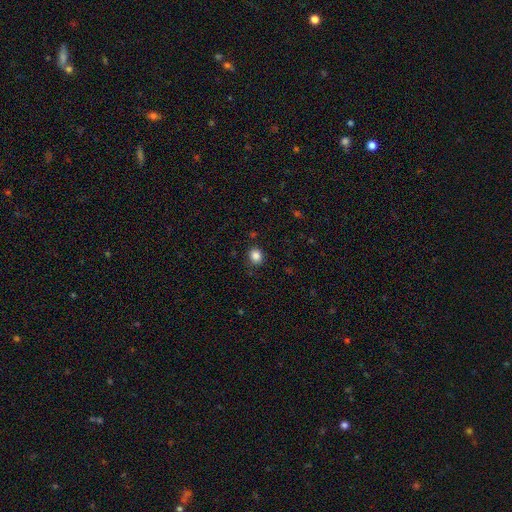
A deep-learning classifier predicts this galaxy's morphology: smooth 86%, star or artifact 10%, featured or disk 4%. Down the decision tree: how rounded — round (66%); merging — none (86%).